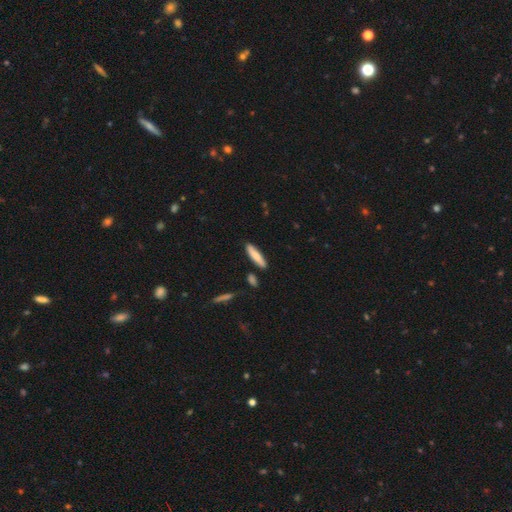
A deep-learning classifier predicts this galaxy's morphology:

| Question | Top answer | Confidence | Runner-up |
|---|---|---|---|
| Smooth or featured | smooth | 77% | featured or disk (17%) |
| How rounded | cigar-shaped | 77% | in between (21%) |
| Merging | none | 85% | minor disturbance (10%) |